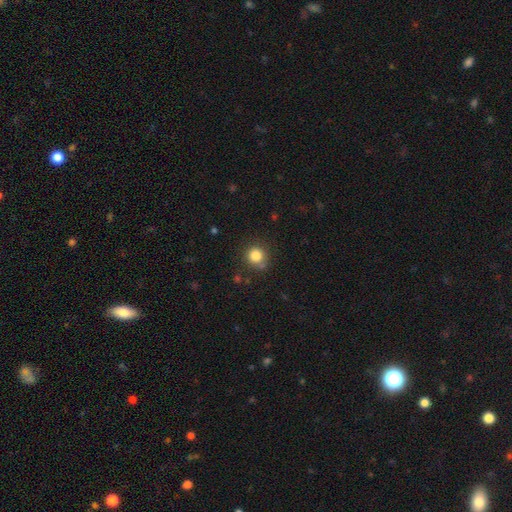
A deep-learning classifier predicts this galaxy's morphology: Smooth or featured?
  - smooth: 83% *
  - star or artifact: 12%
  - featured or disk: 5%
How rounded?
  - round: 92% *
  - in between: 7%
  - cigar-shaped: 1%
Merging?
  - none: 80% *
  - minor disturbance: 11%
  - merger: 5%
  - major disturbance: 4%